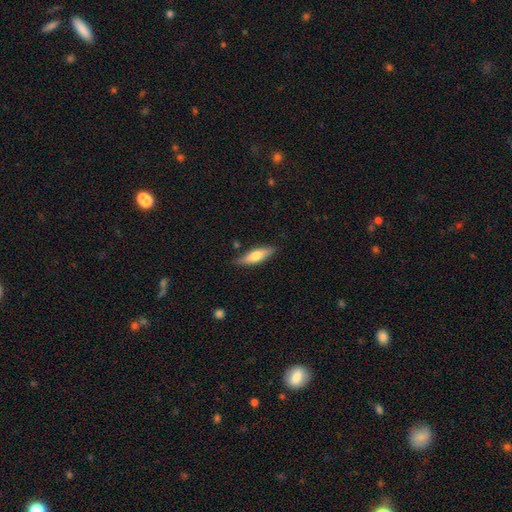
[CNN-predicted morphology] Smooth or featured? Predicted: smooth (p=0.64). How rounded? Predicted: cigar-shaped (p=0.56). Merging? Predicted: none (p=0.81).